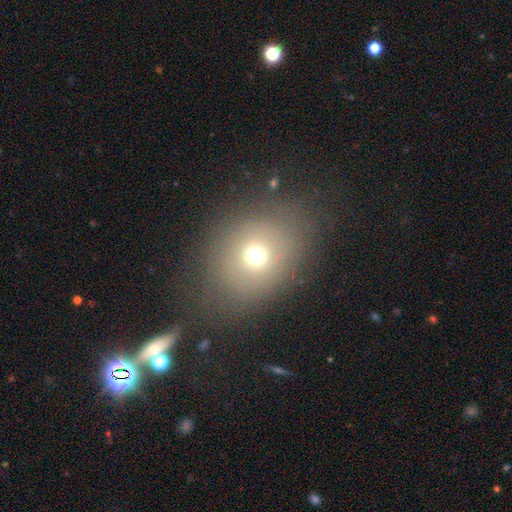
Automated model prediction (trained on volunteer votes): A smooth galaxy with no disk features (65%) that is round (54%). Merging: none (73%).